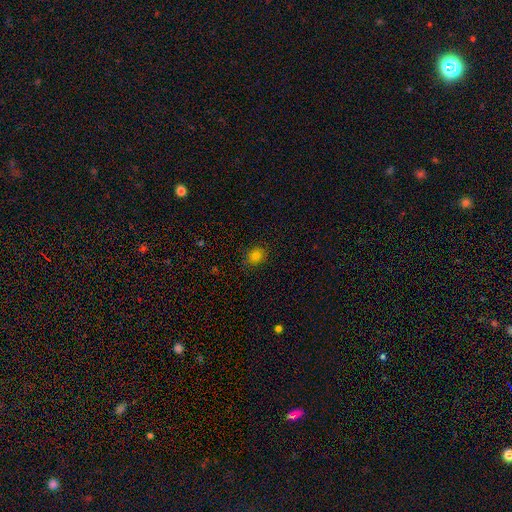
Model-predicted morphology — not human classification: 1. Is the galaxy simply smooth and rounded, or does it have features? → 80% smooth, 13% star or artifact, 6% featured or disk.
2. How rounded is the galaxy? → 55% round, 44% in between, 1% cigar-shaped.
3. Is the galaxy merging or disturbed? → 85% none, 11% minor disturbance, 3% major disturbance, 1% merger.